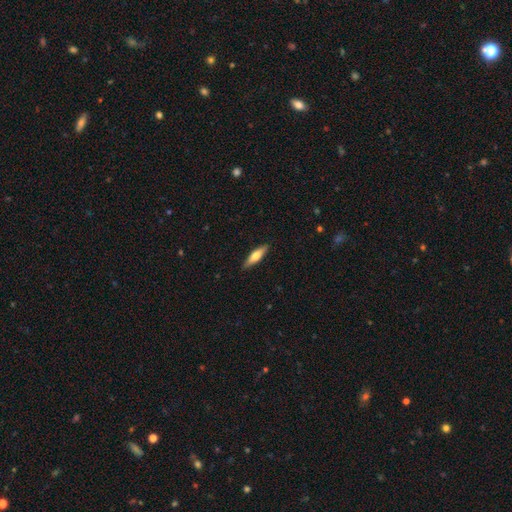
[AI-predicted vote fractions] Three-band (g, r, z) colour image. It shows a smooth galaxy with no disk features (59%) that is cigar-shaped (66%). Merging: none (89%).